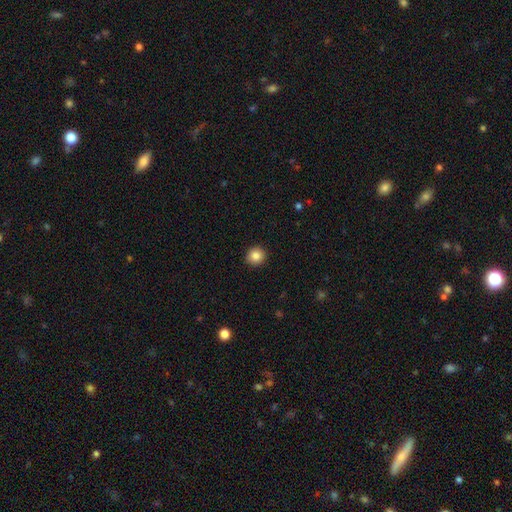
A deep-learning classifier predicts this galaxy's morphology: This is clearly a smooth galaxy (85%). How rounded: clearly round (92%). Merging: clearly none (93%).